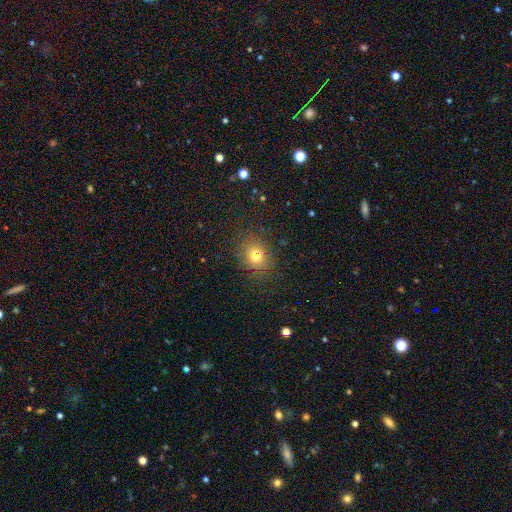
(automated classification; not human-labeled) smooth-or-featured: smooth: 72% | star or artifact: 18% | featured or disk: 10%
  how-rounded: round: 64% | in between: 35% | cigar-shaped: 1%
  merging: none: 78% | minor disturbance: 12% | merger: 5% | major disturbance: 5%